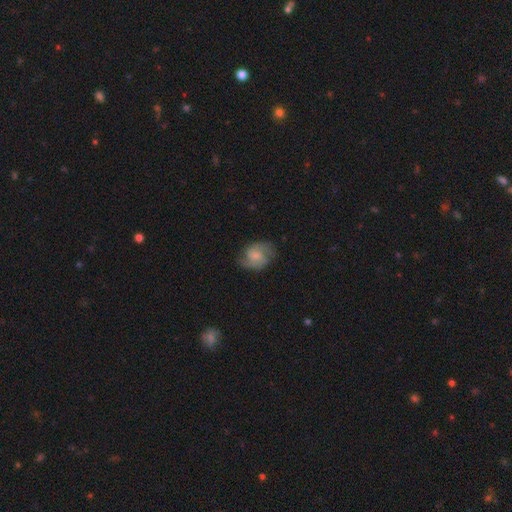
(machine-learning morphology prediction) smooth_or_featured: featured or disk (p=0.72) [alt: smooth p=0.21]
disk_edge_on: no (p=0.98) [alt: yes p=0.02]
bar: no (p=0.50) [alt: weak p=0.43]
has_spiral_arms: yes (p=0.95) [alt: no p=0.05]
spiral_winding: medium (p=0.52) [alt: tight p=0.27]
spiral_arm_count: 2 (p=0.84) [alt: can't tell p=0.07]
bulge_size: small (p=0.35) [alt: moderate p=0.31]
merging: none (p=0.74) [alt: minor disturbance p=0.18]